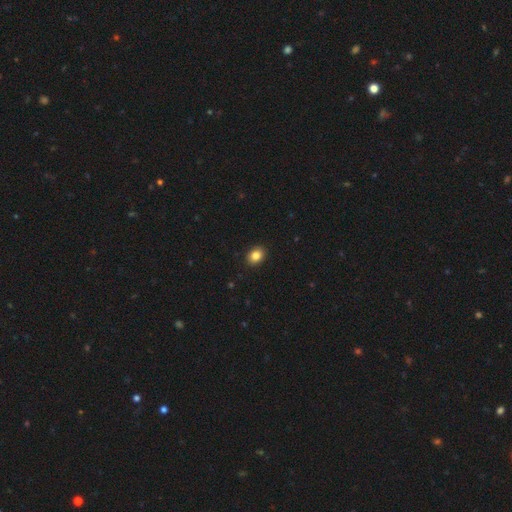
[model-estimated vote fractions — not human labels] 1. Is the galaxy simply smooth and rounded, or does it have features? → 85% smooth, 10% star or artifact, 6% featured or disk.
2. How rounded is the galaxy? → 59% in between, 40% round, 1% cigar-shaped.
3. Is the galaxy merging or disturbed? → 91% none, 6% minor disturbance, 2% major disturbance, 1% merger.